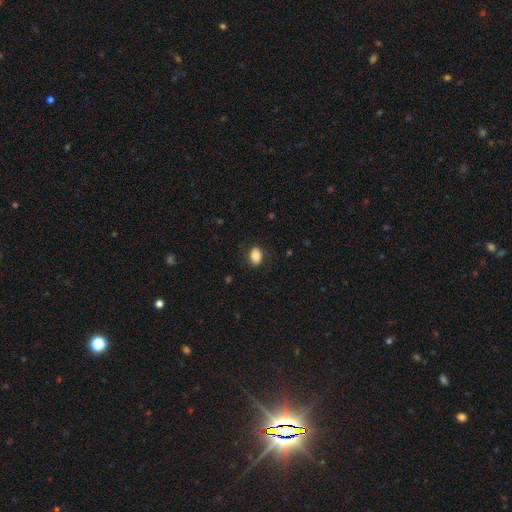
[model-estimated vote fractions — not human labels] Smooth or featured: smooth — 83% (featured or disk — 9%)
How rounded: in between — 79% (round — 20%)
Merging: none — 82% (minor disturbance — 13%)